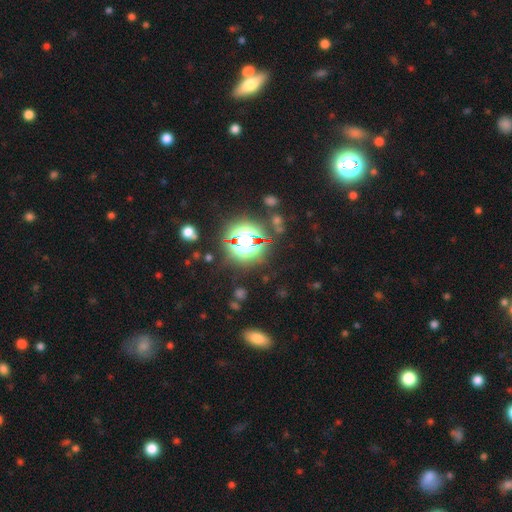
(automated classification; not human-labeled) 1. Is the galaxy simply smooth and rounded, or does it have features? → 75% star or artifact, 16% smooth, 9% featured or disk.